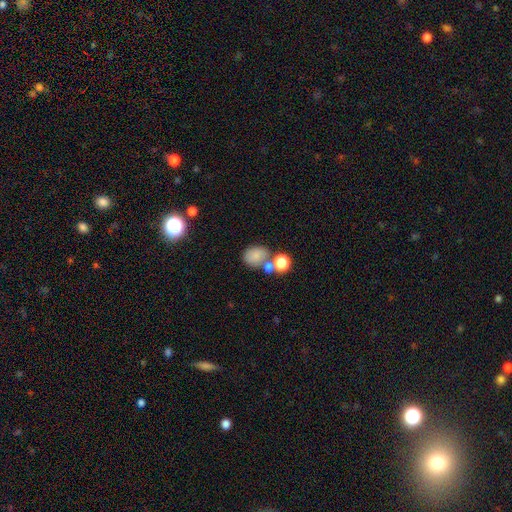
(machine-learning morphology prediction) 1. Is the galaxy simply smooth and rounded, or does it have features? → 77% smooth, 13% star or artifact, 11% featured or disk.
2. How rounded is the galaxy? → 52% in between, 47% round, 1% cigar-shaped.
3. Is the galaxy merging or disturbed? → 53% none, 28% merger, 13% minor disturbance, 6% major disturbance.